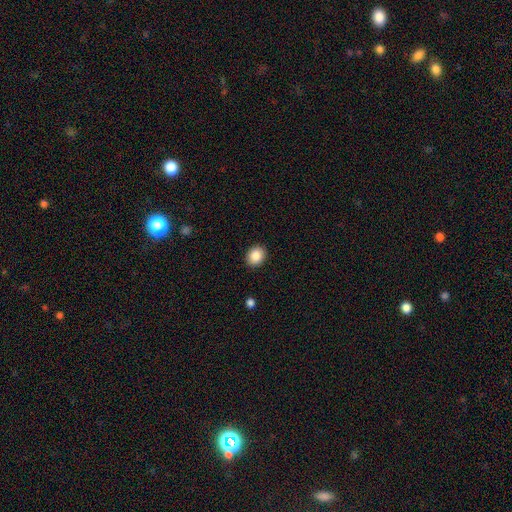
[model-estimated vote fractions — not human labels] A smooth galaxy with no disk features (87%) that is round (57%).

Vote fractions:
- Smooth or featured? smooth: 87% / star or artifact: 8% / featured or disk: 5%
- How rounded? round: 57% / in between: 42% / cigar-shaped: 1%
- Merging? none: 91% / minor disturbance: 6% / major disturbance: 2% / merger: 1%